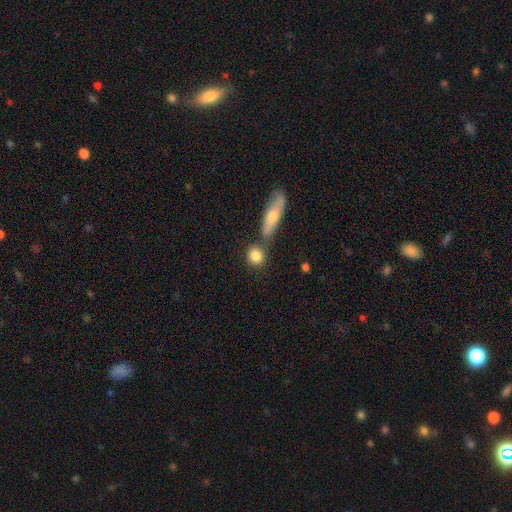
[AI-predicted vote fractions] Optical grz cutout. It shows a smooth galaxy with no disk features (83%) that is round (71%). Merging: none (65%).